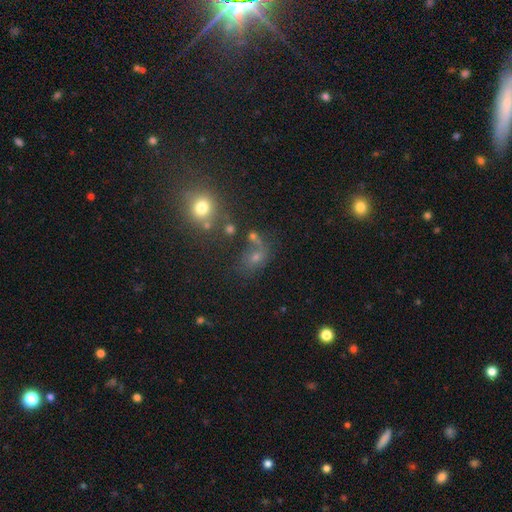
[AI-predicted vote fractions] Q: Smooth or featured?
A: smooth (51%); runner-up: star or artifact (30%)
Q: How rounded?
A: in between (49%); tied with: round (49%)
Q: Merging?
A: none (46%); runner-up: merger (23%)